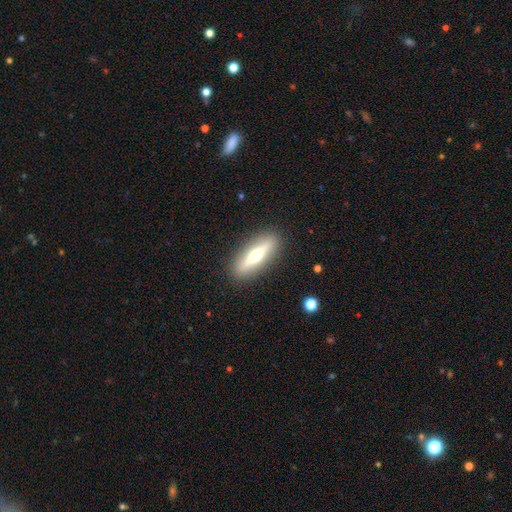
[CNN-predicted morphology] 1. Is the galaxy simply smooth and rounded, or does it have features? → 53% featured or disk, 41% smooth, 7% star or artifact.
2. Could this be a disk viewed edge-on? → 85% yes, 15% no.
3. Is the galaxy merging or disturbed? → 90% none, 7% minor disturbance, 2% major disturbance, 1% merger.